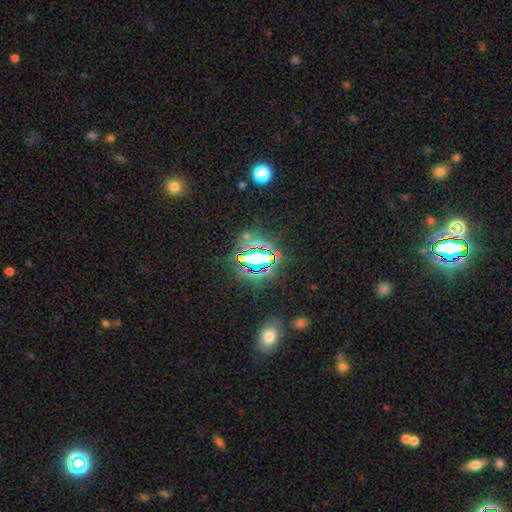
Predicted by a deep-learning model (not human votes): This appears to be a star or artifact, not a galaxy (73%).